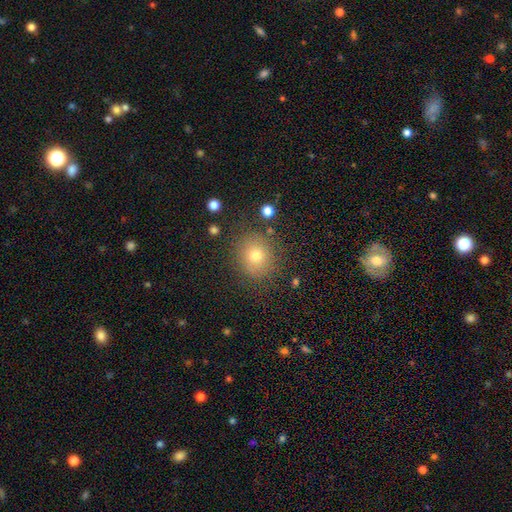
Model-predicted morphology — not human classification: type=smooth (72%); roundness=round (84%); merging=none (84%).